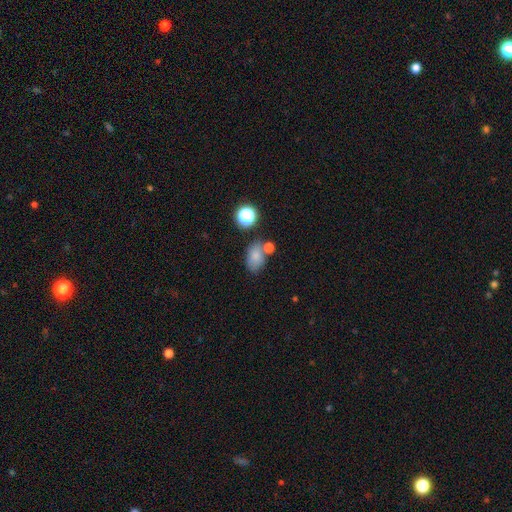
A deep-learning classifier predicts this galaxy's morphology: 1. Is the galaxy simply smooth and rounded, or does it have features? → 79% smooth, 13% star or artifact, 9% featured or disk.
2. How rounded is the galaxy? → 81% in between, 18% round, 1% cigar-shaped.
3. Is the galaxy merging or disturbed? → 58% none, 18% merger, 18% minor disturbance, 6% major disturbance.